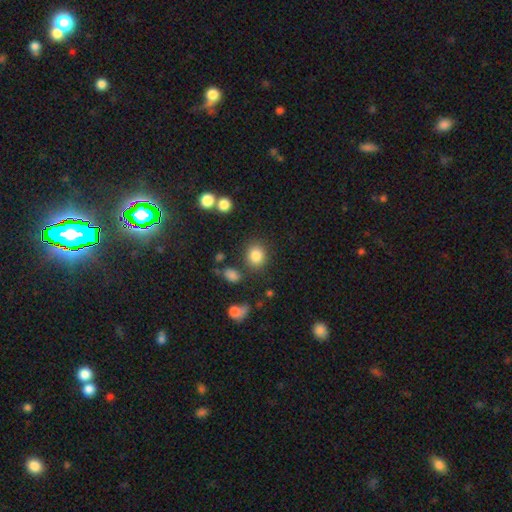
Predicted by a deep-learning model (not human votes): A smooth galaxy with no disk features (84%) that is round (73%).

Vote fractions:
- Smooth or featured? smooth: 84% / star or artifact: 10% / featured or disk: 6%
- How rounded? round: 73% / in between: 26% / cigar-shaped: 1%
- Merging? none: 82% / minor disturbance: 10% / merger: 5% / major disturbance: 4%